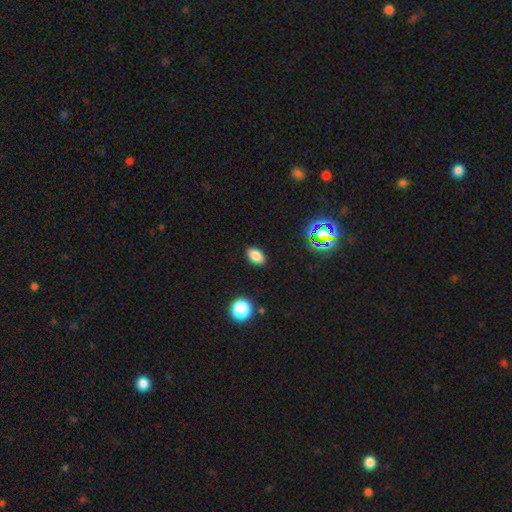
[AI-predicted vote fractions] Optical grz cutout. It shows a smooth galaxy with no disk features (82%) that is in between round and cigar-shaped (86%). Merging: none (89%).